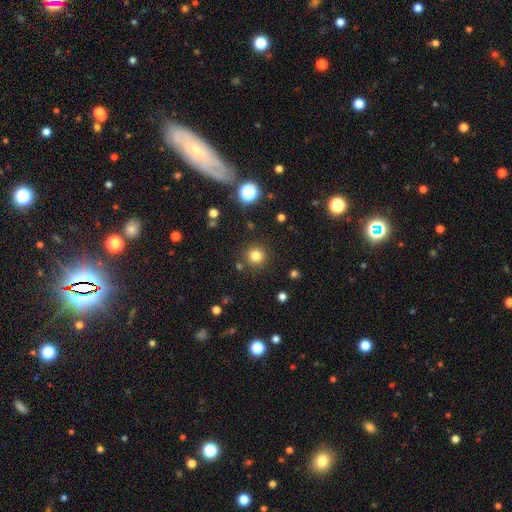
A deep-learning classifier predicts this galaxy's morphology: Overall: smooth (79%). How rounded: round (94%). Merging: none (88%).